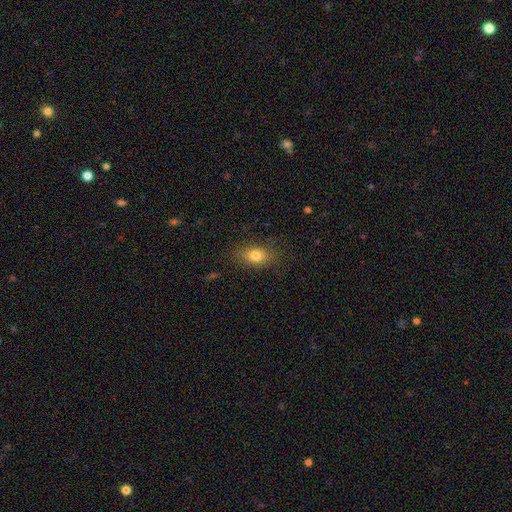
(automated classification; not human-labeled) This is likely a smooth galaxy (78%). How rounded: likely in between (79%). Merging: clearly none (82%).